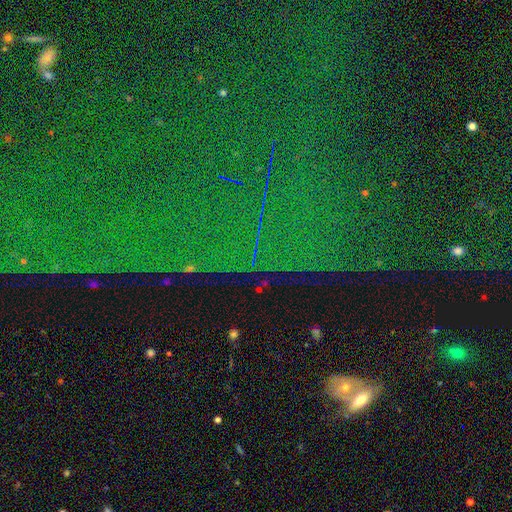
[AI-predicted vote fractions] A star or artifact, not a galaxy (84%).